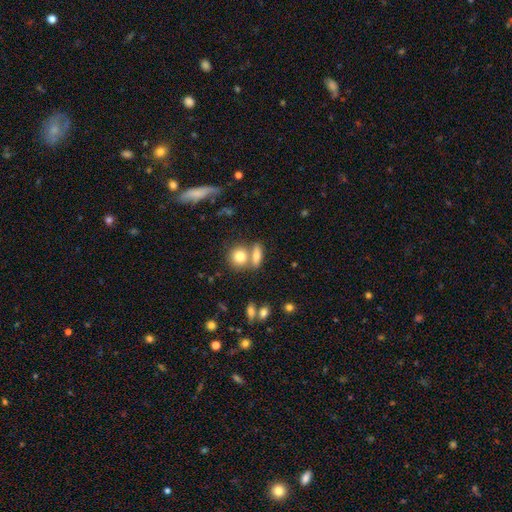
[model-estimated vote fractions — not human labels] A smooth galaxy with no disk features (67%) that is in between round and cigar-shaped (45%). Merging: none (56%).